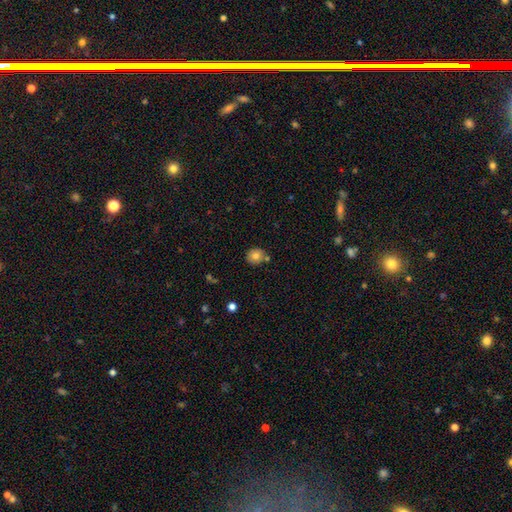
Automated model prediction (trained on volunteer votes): Morphology: type=smooth (79%); roundness=round (84%); merging=none (78%).